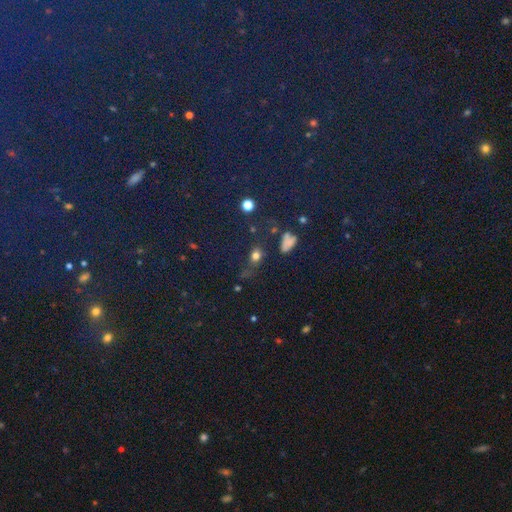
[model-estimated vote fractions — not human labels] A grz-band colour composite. It shows a smooth galaxy with no disk features (68%) that is in between round and cigar-shaped (53%). Merging: none (59%).